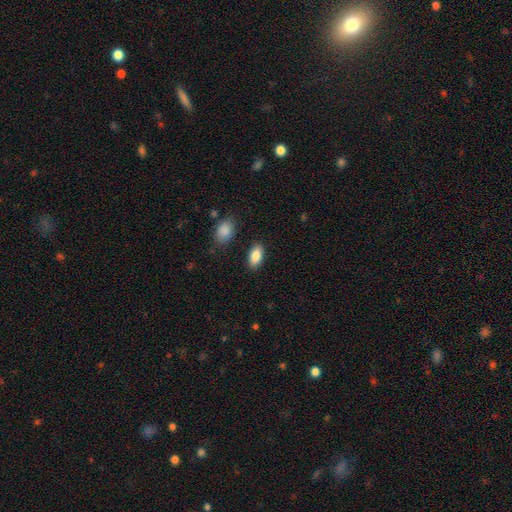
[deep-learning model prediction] Q: Smooth or featured?
A: smooth (87%); runner-up: star or artifact (7%)
Q: How rounded?
A: in between (91%); runner-up: cigar-shaped (6%)
Q: Merging?
A: none (87%); runner-up: minor disturbance (9%)